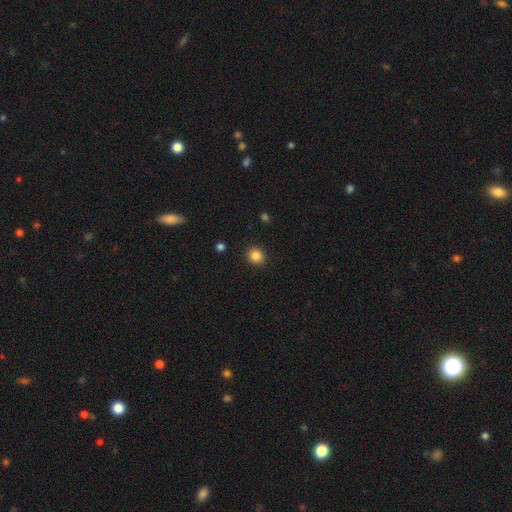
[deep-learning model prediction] A smooth galaxy with no disk features (85%) that is round (83%). Merging: none (91%).